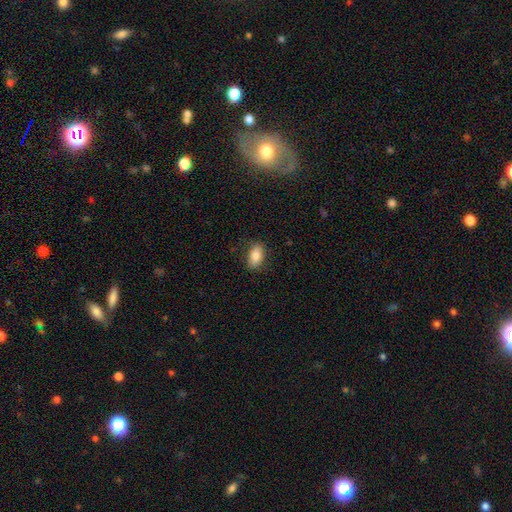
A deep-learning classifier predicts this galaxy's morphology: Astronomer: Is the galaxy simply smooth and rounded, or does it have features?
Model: smooth — 83%.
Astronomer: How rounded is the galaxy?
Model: in between — 90%.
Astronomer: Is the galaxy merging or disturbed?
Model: none — 86%.